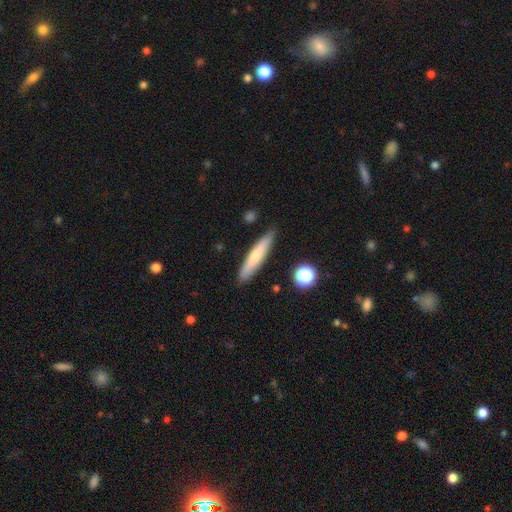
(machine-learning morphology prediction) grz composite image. It shows a smooth galaxy with no disk features (65%) that is cigar-shaped (89%). Merging: none (87%).